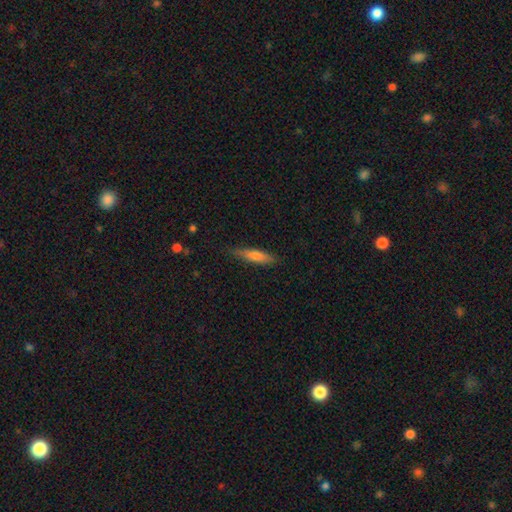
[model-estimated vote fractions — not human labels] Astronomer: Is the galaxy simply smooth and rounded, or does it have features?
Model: smooth — 65%.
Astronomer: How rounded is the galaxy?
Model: cigar-shaped — 82%.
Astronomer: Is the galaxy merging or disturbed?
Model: none — 82%.